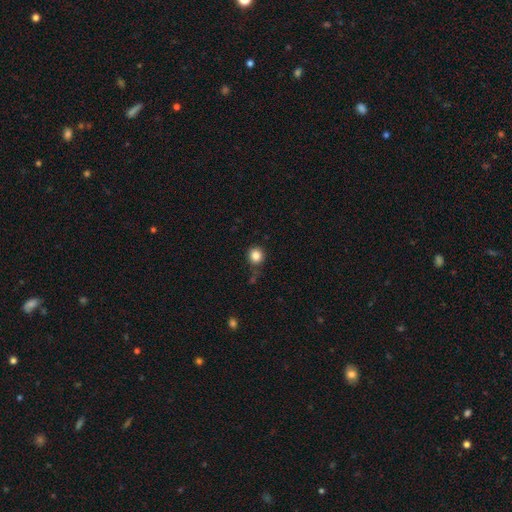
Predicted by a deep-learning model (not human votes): The model was most divided on "merging": none: 79%, minor disturbance: 14%, merger: 4%, major disturbance: 4%. More confident: how rounded — round (89%); smooth or featured — smooth (85%).